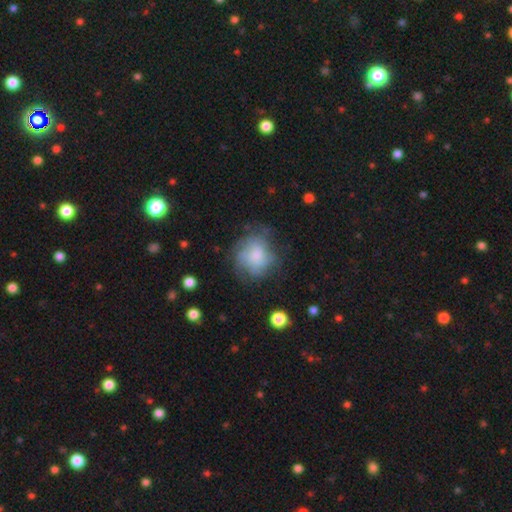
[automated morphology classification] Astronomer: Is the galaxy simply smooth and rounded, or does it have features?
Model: smooth — 53% (runner-up: featured or disk, 38%).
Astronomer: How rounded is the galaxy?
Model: round — 80%.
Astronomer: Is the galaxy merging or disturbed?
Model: none — 57%.